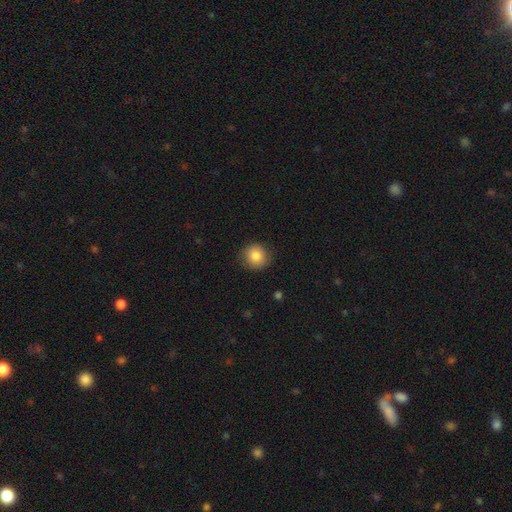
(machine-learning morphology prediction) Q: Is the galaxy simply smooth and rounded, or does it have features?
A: smooth — 84%.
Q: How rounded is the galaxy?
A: round — 90%.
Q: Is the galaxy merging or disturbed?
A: none — 86%.